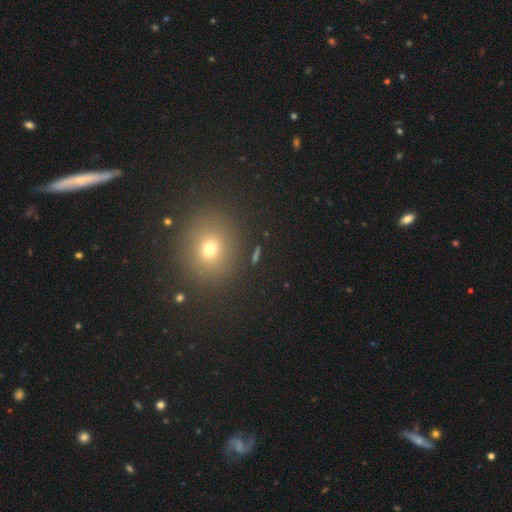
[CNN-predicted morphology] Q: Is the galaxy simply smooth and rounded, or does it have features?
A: smooth — 58%.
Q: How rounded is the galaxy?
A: round — 70%.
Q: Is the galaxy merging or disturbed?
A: none — 86%.